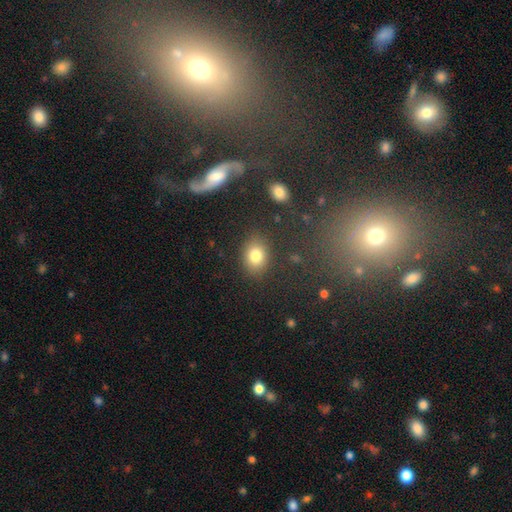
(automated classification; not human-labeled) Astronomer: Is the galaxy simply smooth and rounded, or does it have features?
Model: smooth — 81%.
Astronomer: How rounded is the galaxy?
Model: in between — 61% (runner-up: round, 38%).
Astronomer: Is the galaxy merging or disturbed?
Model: none — 82%.